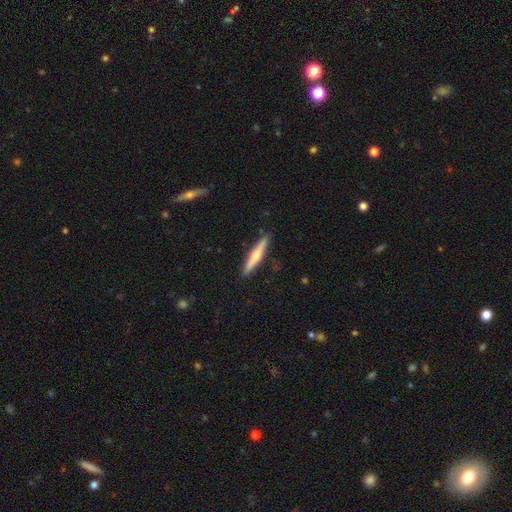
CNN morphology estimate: This is possibly a featured or disk galaxy (51%). It is clearly viewed edge-on (96%). Merging: clearly none (90%).